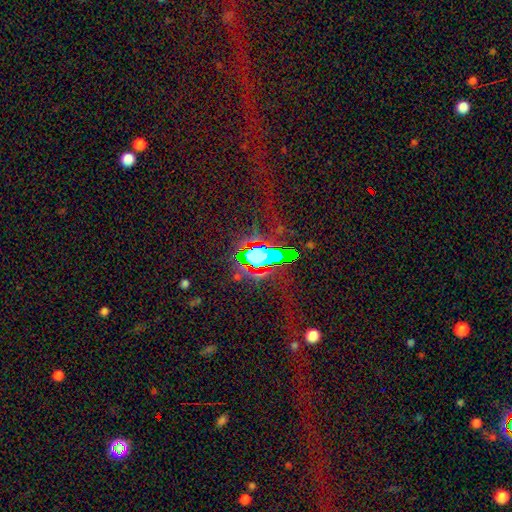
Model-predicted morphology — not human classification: Q: Smooth or featured?
A: star or artifact (64%); runner-up: smooth (21%)